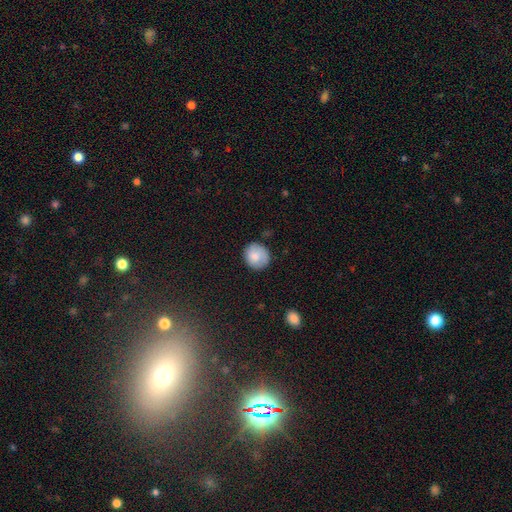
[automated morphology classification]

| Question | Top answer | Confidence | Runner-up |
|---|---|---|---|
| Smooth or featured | smooth | 82% | featured or disk (11%) |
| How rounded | round | 85% | in between (14%) |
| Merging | none | 77% | minor disturbance (18%) |